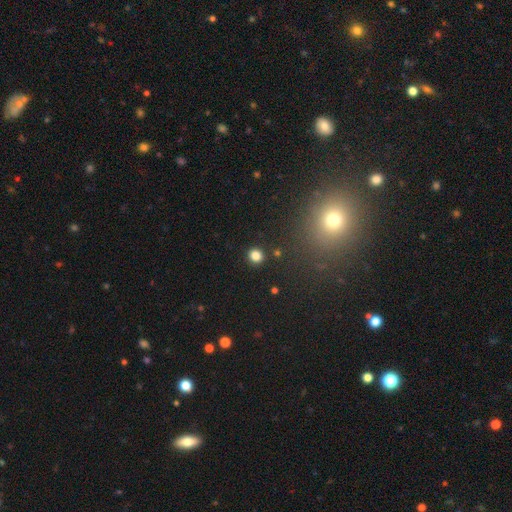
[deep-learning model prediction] smooth-or-featured: smooth: 82% | star or artifact: 14% | featured or disk: 4%
  how-rounded: round: 90% | in between: 9% | cigar-shaped: 1%
  merging: none: 91% | minor disturbance: 5% | merger: 2% | major disturbance: 2%